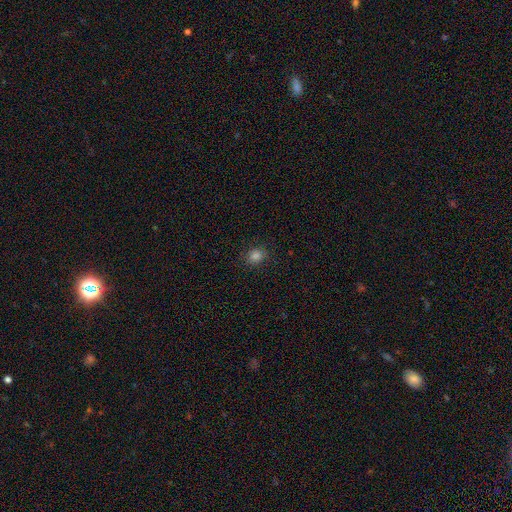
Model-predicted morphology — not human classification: This is clearly a smooth galaxy (82%). How rounded: likely round (66%). Merging: clearly none (87%).